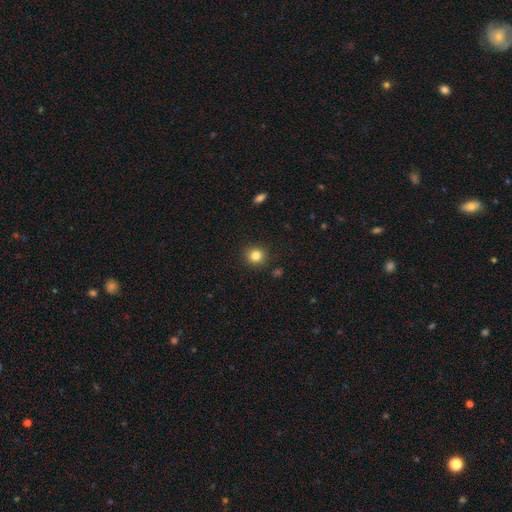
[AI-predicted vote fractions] Morphology: type=smooth (83%); roundness=round (90%); merging=none (90%).